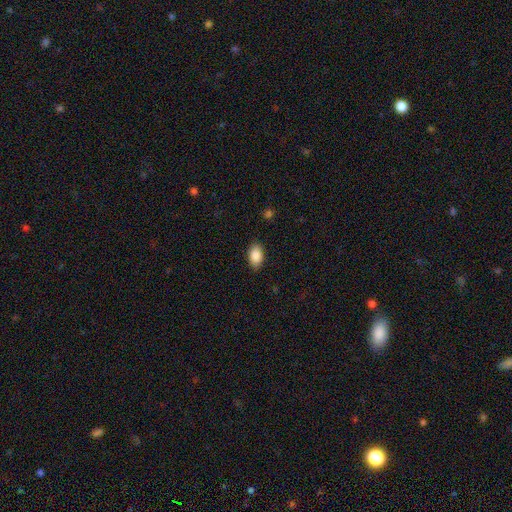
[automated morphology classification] type=smooth (88%); roundness=in between (91%); merging=none (86%).